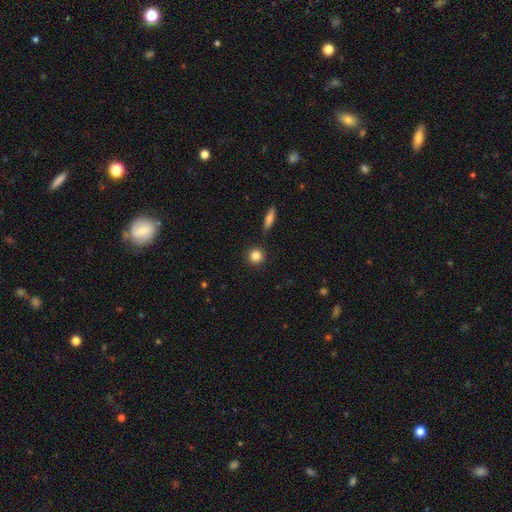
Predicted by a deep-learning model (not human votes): This is clearly a smooth galaxy (84%). How rounded: clearly round (93%). Merging: clearly none (90%).